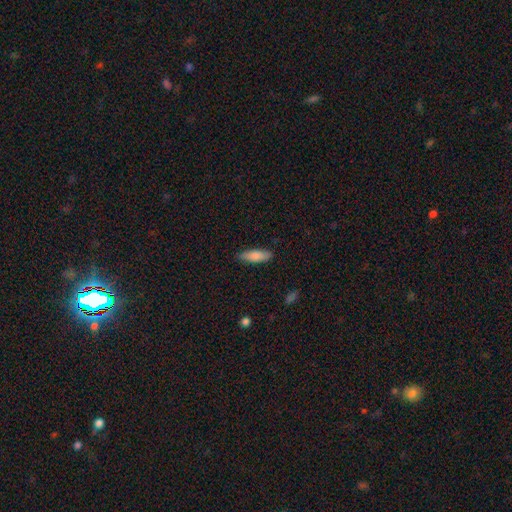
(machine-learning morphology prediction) Overall: smooth (85%). How rounded: in between (51%; cigar-shaped 47%). Merging: none (87%).